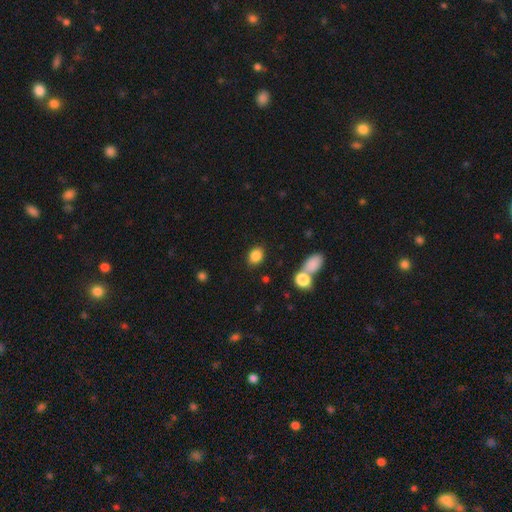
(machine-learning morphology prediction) smooth 85%, star or artifact 10%, featured or disk 5%. Down the decision tree: how rounded — in between (56%); merging — none (81%).